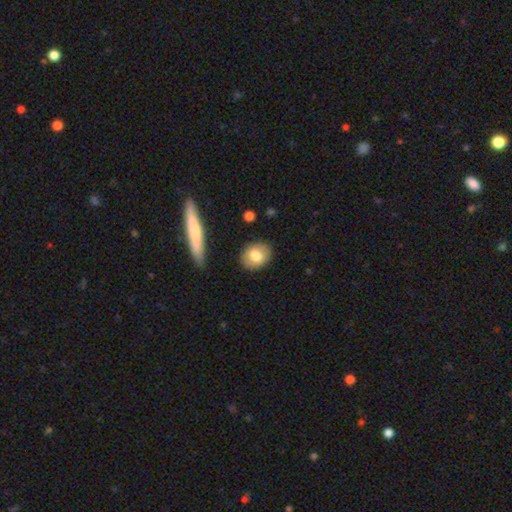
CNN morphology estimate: Smooth or featured?
  - smooth: 77% *
  - featured or disk: 16%
  - star or artifact: 7%
How rounded?
  - in between: 50% *
  - round: 48%
  - cigar-shaped: 2%
Merging?
  - none: 86% *
  - minor disturbance: 10%
  - major disturbance: 2%
  - merger: 2%